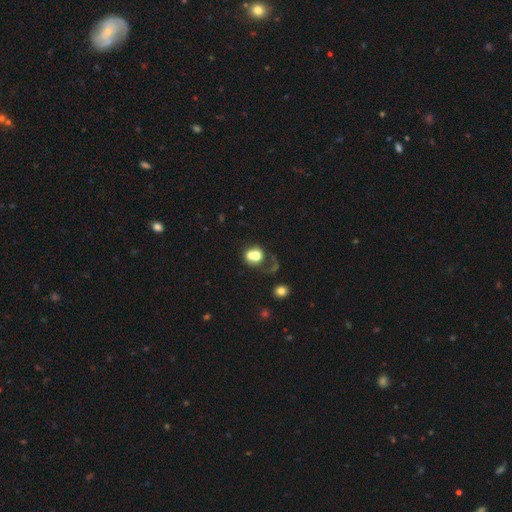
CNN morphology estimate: Q: Smooth or featured?
A: smooth (63%); runner-up: featured or disk (26%)
Q: How rounded?
A: round (63%); runner-up: in between (36%)
Q: Merging?
A: merger (56%); runner-up: none (22%)